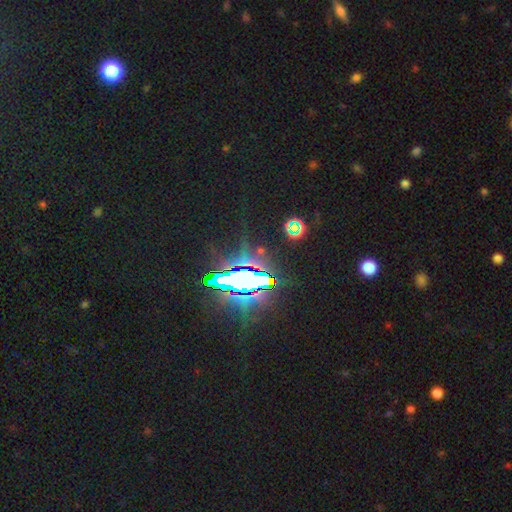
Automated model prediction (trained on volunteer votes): A star or artifact, not a galaxy (78%).

Vote fractions:
- Smooth or featured? star or artifact: 78% / featured or disk: 12% / smooth: 10%